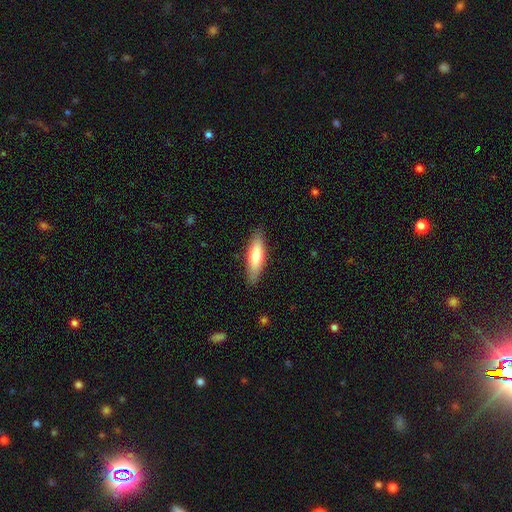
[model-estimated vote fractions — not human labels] smooth-or-featured: smooth: 69% | featured or disk: 26% | star or artifact: 6%
  how-rounded: cigar-shaped: 56% | in between: 42% | round: 2%
  merging: none: 86% | minor disturbance: 11% | major disturbance: 2% | merger: 1%